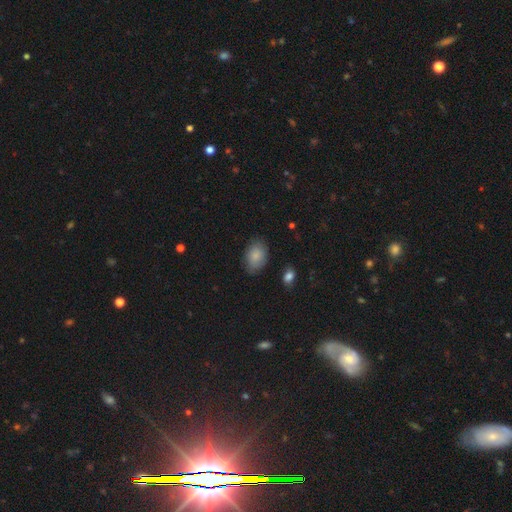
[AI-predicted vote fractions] Smooth or featured: smooth — 85% (featured or disk — 8%)
How rounded: in between — 85% (round — 14%)
Merging: none — 78% (minor disturbance — 17%)